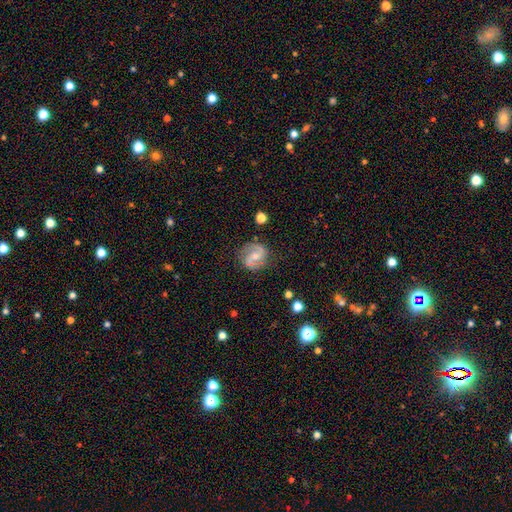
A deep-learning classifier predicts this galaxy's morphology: smooth_or_featured: featured or disk (p=0.84) [alt: smooth p=0.10]
disk_edge_on: no (p=0.98) [alt: yes p=0.02]
bar: weak (p=0.46) [alt: no p=0.35]
has_spiral_arms: yes (p=0.95) [alt: no p=0.05]
spiral_winding: medium (p=0.54) [alt: tight p=0.24]
spiral_arm_count: 2 (p=0.92) [alt: can't tell p=0.03]
bulge_size: moderate (p=0.48) [alt: small p=0.46]
merging: none (p=0.82) [alt: minor disturbance p=0.13]